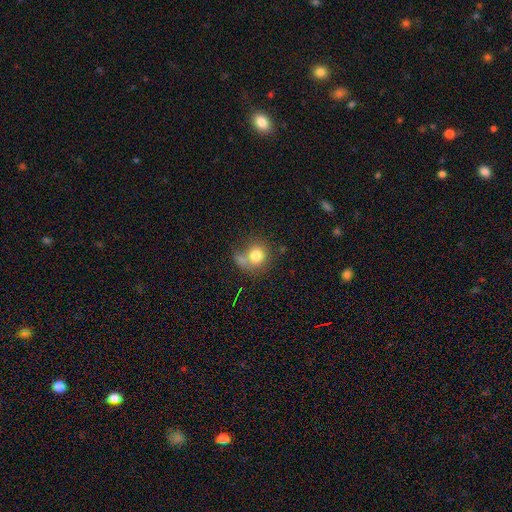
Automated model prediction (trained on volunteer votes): smooth_or_featured: smooth (p=0.79) [alt: featured or disk p=0.11]
how_rounded: round (p=0.82) [alt: in between p=0.17]
merging: none (p=0.46) [alt: merger p=0.29]